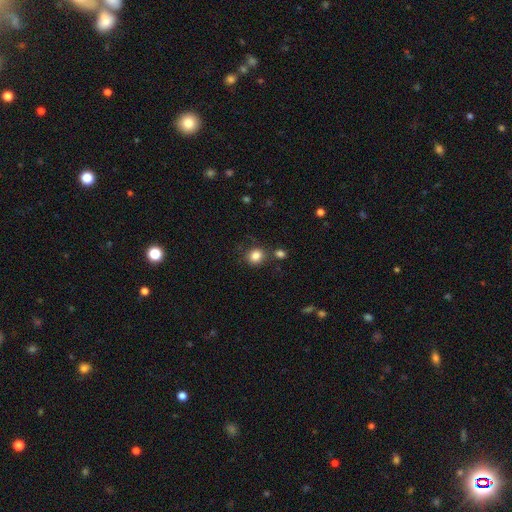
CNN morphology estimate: smooth-or-featured: smooth: 84% | star or artifact: 11% | featured or disk: 5%
  how-rounded: round: 77% | in between: 22% | cigar-shaped: 1%
  merging: none: 76% | minor disturbance: 11% | merger: 8% | major disturbance: 4%